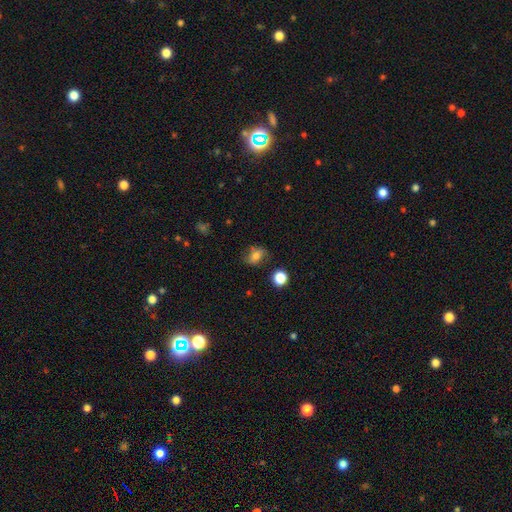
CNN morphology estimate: Smooth or featured? Predicted: smooth (p=0.71). How rounded? Predicted: in between (p=0.66). Merging? Predicted: none (p=0.70).